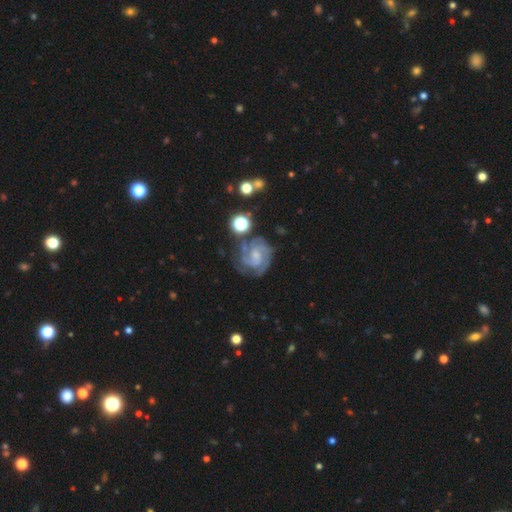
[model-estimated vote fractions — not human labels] Smooth or featured? featured or disk (87%)
Edge-on disk? no (98%)
Bar? no (52%)
Spiral arms? yes (97%)
Spiral winding? tight (55%)
Spiral arm count? 2 (38%)
Bulge size? small (58%)
Merging? none (65%)